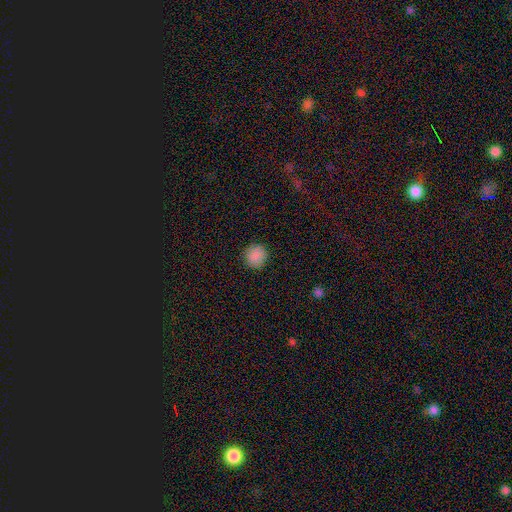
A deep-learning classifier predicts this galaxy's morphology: Smooth or featured? smooth (89%)
How rounded? round (91%)
Merging? none (91%)